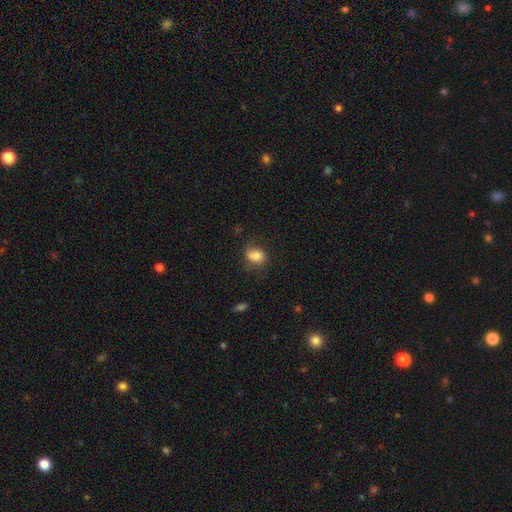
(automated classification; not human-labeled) Smooth or featured?
  - smooth: 79% *
  - featured or disk: 11%
  - star or artifact: 10%
How rounded?
  - in between: 51% *
  - round: 48%
  - cigar-shaped: 1%
Merging?
  - none: 56% *
  - minor disturbance: 27%
  - major disturbance: 10%
  - merger: 7%